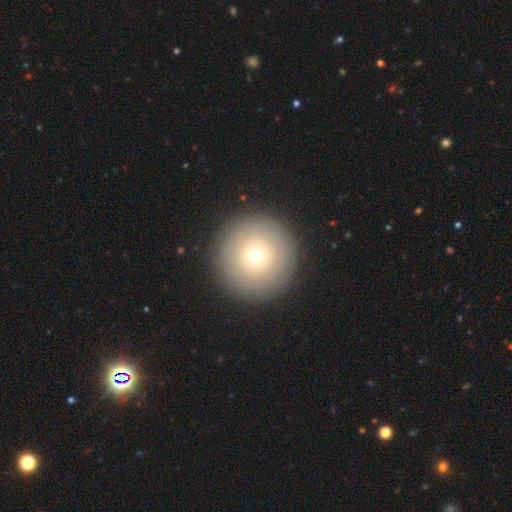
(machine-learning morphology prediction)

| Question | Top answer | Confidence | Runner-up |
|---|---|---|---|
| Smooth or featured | smooth | 65% | featured or disk (24%) |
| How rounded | round | 96% | in between (3%) |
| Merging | none | 90% | minor disturbance (6%) |